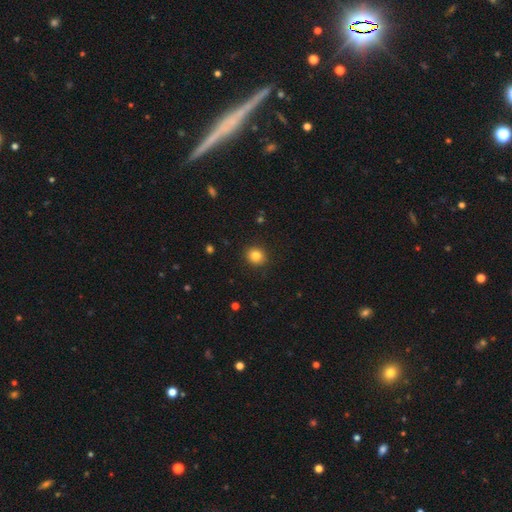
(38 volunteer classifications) smooth 82%, featured or disk 16%, star or artifact 3%. Down the decision tree: how rounded — round (58%); merging — none (95%).